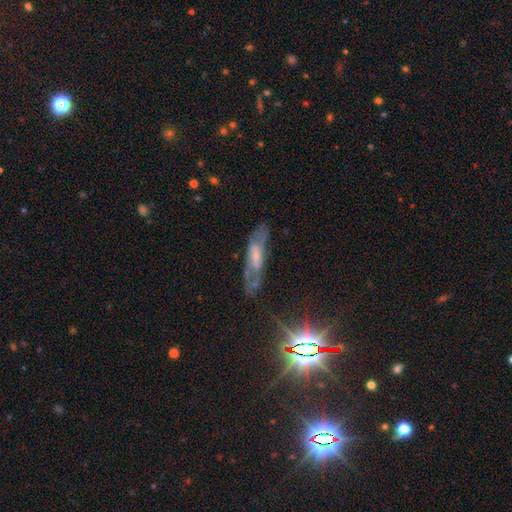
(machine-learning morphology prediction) A featured or disk galaxy (57%). Merging: none (59%).